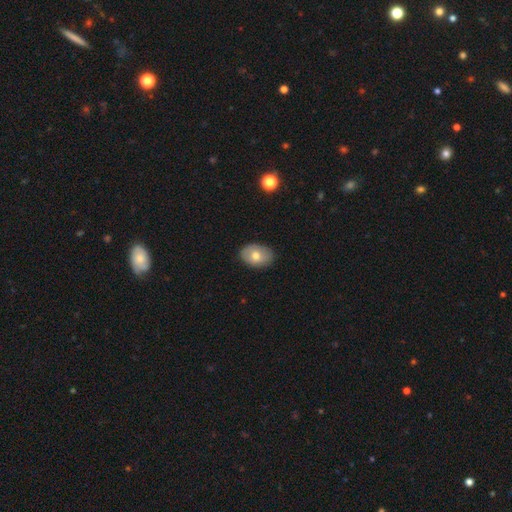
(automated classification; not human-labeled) Q: Smooth or featured?
A: smooth (70%); runner-up: featured or disk (23%)
Q: How rounded?
A: in between (82%); runner-up: round (17%)
Q: Merging?
A: none (86%); runner-up: minor disturbance (11%)